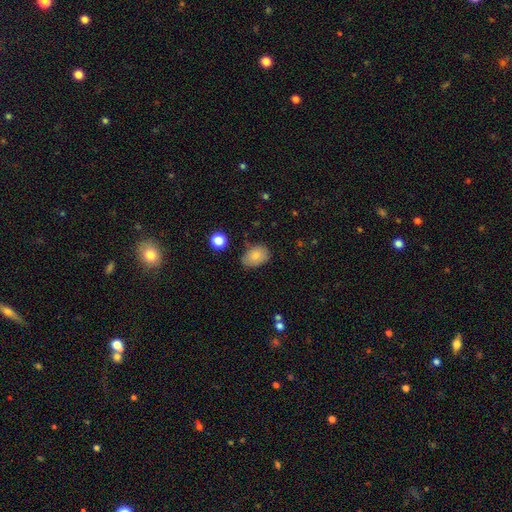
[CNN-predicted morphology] This appears to be a smooth galaxy with no disk features (83%) that is in between round and cigar-shaped (80%). Merging: none (69%).